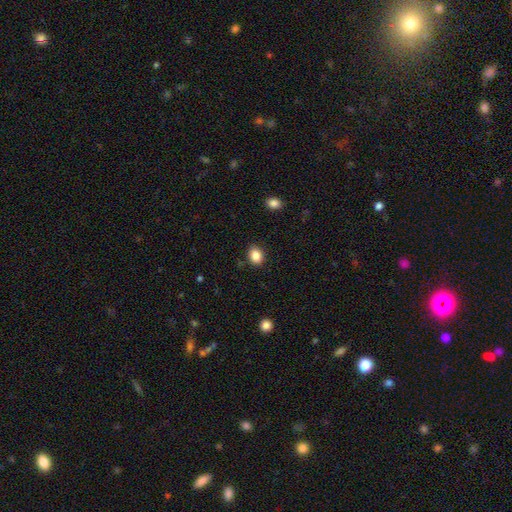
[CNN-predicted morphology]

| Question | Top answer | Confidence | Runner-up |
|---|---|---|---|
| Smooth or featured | smooth | 86% | star or artifact (9%) |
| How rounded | in between | 61% | round (38%) |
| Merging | none | 87% | minor disturbance (9%) |